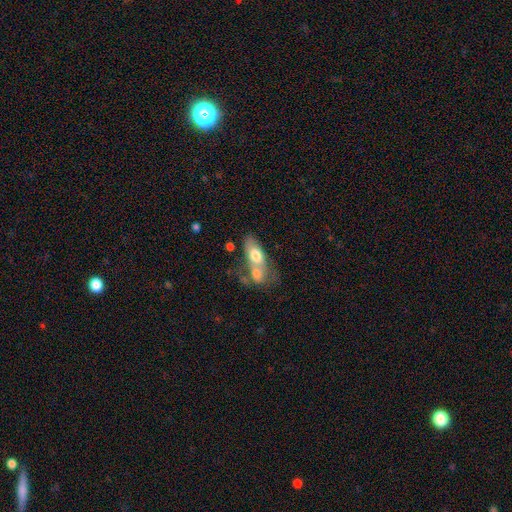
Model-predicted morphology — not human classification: Smooth or featured?
  - smooth: 63% *
  - featured or disk: 31%
  - star or artifact: 7%
How rounded?
  - in between: 81% *
  - cigar-shaped: 15%
  - round: 4%
Merging?
  - merger: 58% *
  - none: 21%
  - minor disturbance: 12%
  - major disturbance: 9%